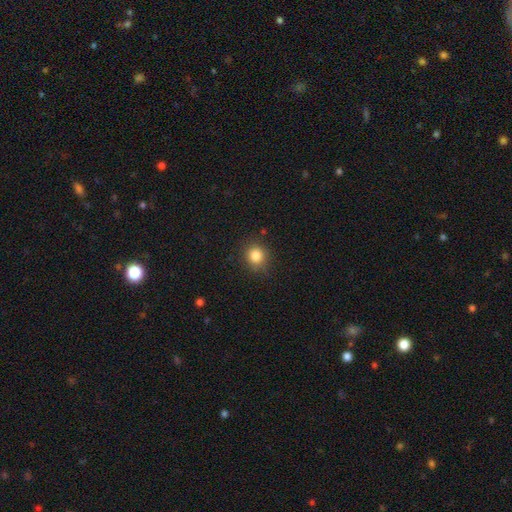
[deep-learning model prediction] Q: Smooth or featured?
A: smooth (84%); runner-up: star or artifact (11%)
Q: How rounded?
A: round (81%); runner-up: in between (18%)
Q: Merging?
A: none (86%); runner-up: minor disturbance (10%)